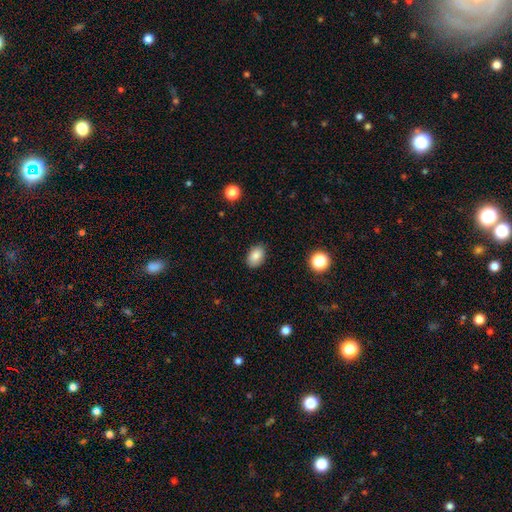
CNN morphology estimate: The model was most divided on "how rounded": in between: 86%, round: 13%, cigar-shaped: 1%. More confident: smooth or featured — smooth (86%); merging — none (86%).